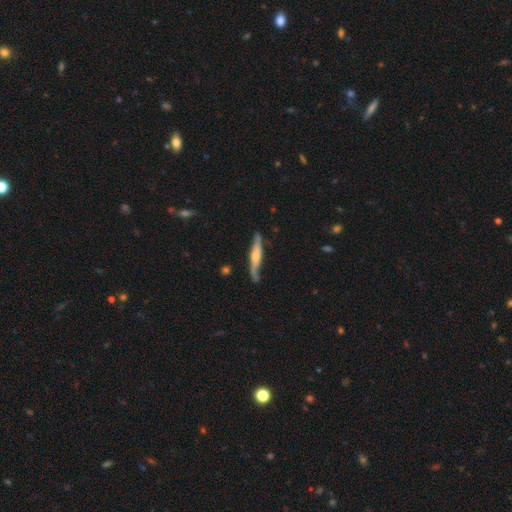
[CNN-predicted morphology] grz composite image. It shows a featured or disk galaxy (68%) viewed edge-on (88%) with a rounded central bulge (80%). Merging: none (73%).